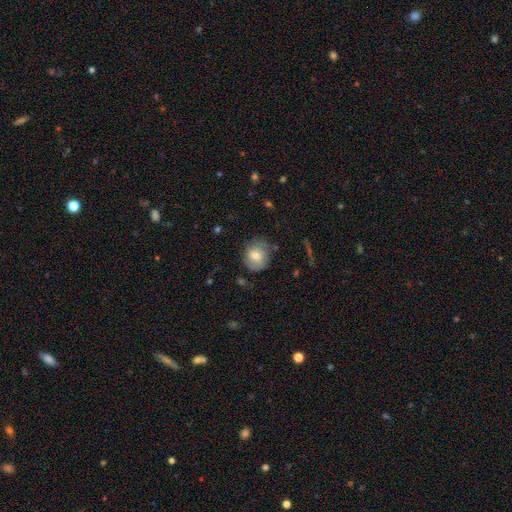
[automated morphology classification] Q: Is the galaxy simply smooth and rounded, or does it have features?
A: smooth — 67%.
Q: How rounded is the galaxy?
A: round — 79%.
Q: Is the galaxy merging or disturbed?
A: none — 71%.